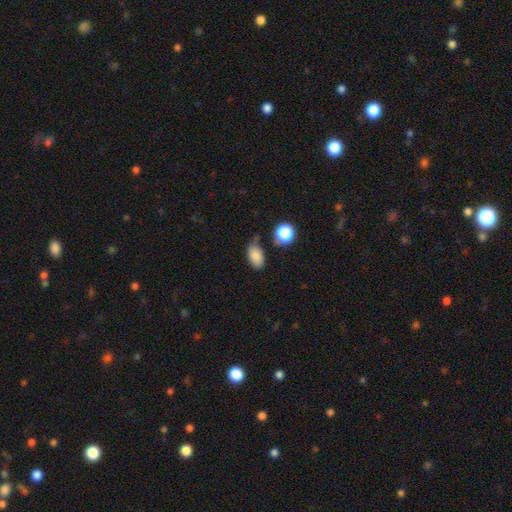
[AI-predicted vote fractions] This appears to be a smooth galaxy with no disk features (85%) that is in between round and cigar-shaped (89%). Merging: none (64%).